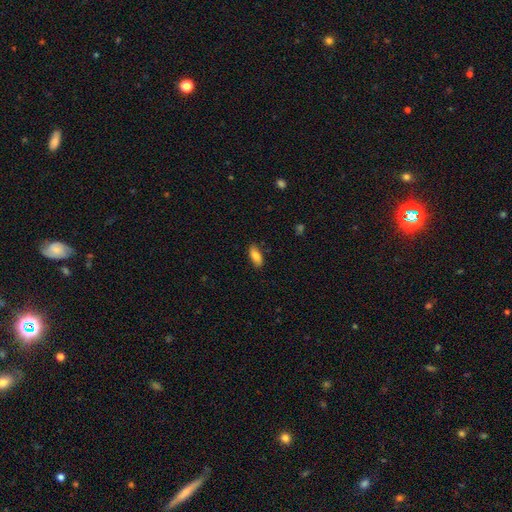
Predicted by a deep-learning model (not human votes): smooth 82%, featured or disk 11%, star or artifact 7%. Down the decision tree: how rounded — in between (84%); merging — none (84%).